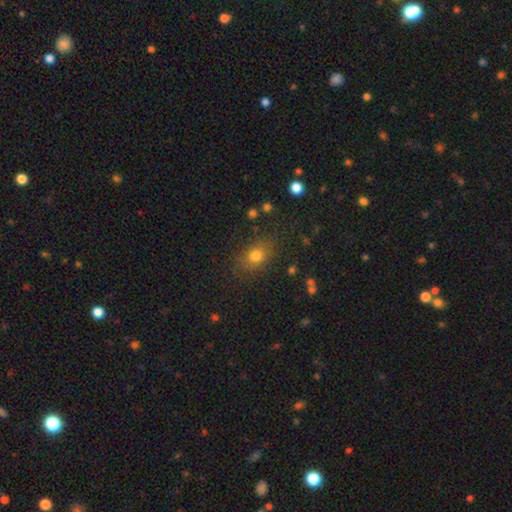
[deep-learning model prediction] Smooth or featured: smooth — 76% (star or artifact — 15%)
How rounded: in between — 57% (round — 41%)
Merging: none — 82% (minor disturbance — 12%)